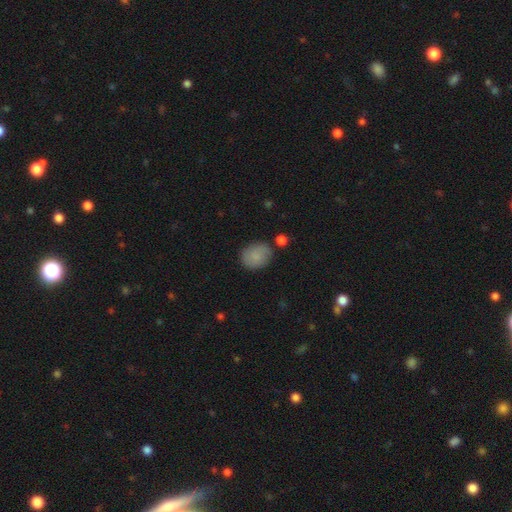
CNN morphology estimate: Smooth or featured? Predicted: smooth (p=0.84). How rounded? Predicted: in between (p=0.56). Merging? Predicted: none (p=0.75).